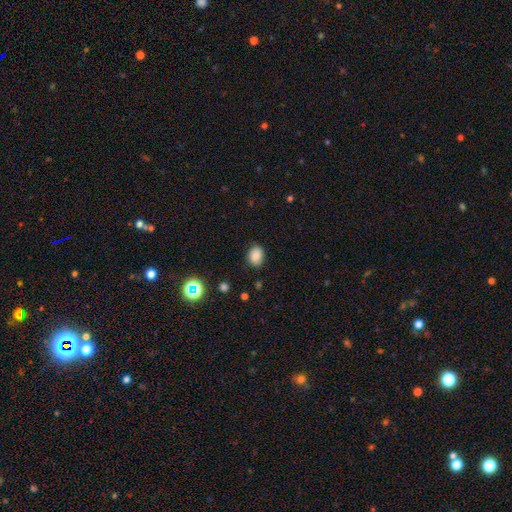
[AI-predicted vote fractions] Smooth or featured?
  - smooth: 84% *
  - star or artifact: 11%
  - featured or disk: 5%
How rounded?
  - in between: 59% *
  - round: 40%
  - cigar-shaped: 1%
Merging?
  - none: 84% *
  - minor disturbance: 12%
  - major disturbance: 3%
  - merger: 1%